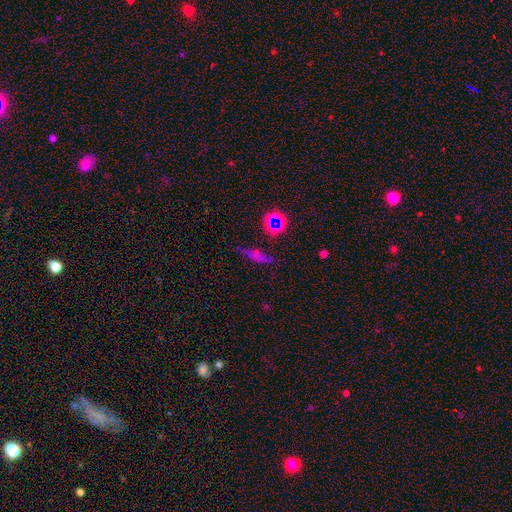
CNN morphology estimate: smooth-or-featured: star or artifact: 44% | smooth: 35% | featured or disk: 21%